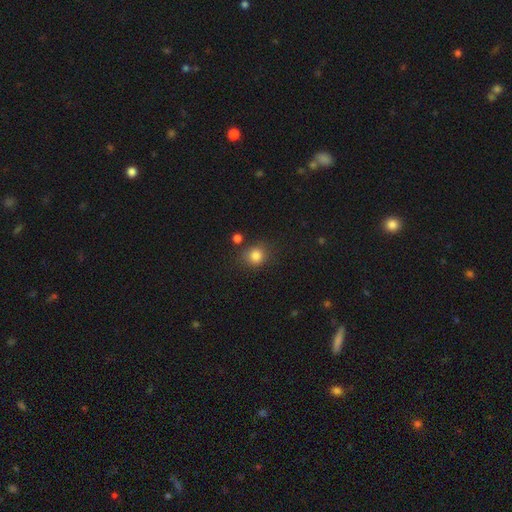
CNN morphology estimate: Smooth or featured? smooth (83%)
How rounded? round (80%)
Merging? none (77%)